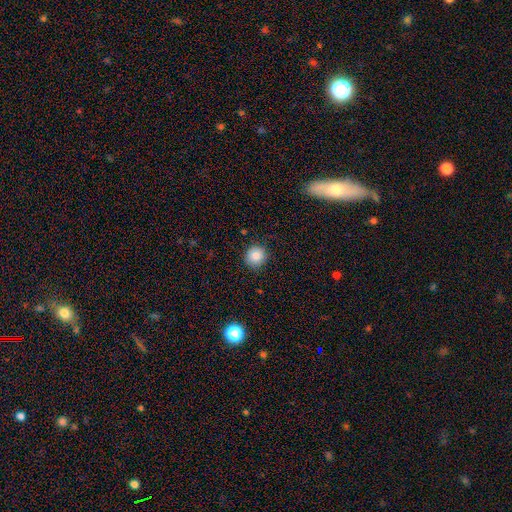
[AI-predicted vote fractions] Smooth or featured: smooth — 84% (star or artifact — 10%)
How rounded: round — 90% (in between — 9%)
Merging: none — 87% (minor disturbance — 10%)